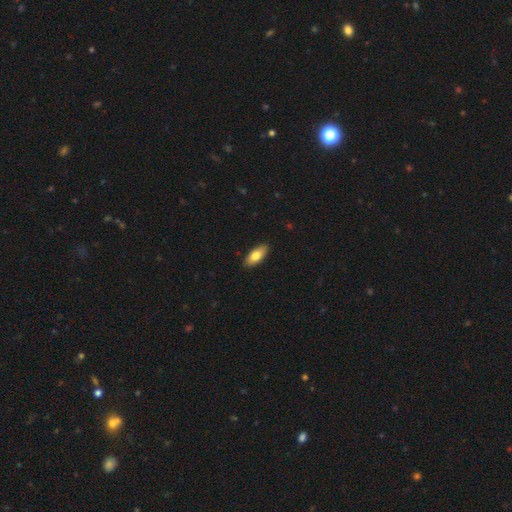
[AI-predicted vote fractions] This appears to be a smooth galaxy with no disk features (79%) that is in between round and cigar-shaped (84%). Merging: none (89%).